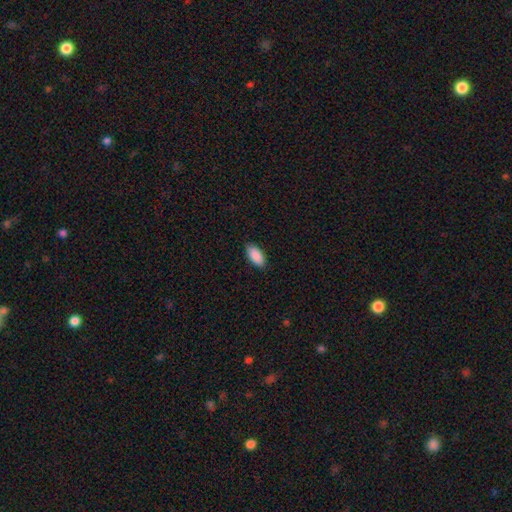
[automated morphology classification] Smooth or featured? Predicted: smooth (p=0.91). How rounded? Predicted: in between (p=0.92). Merging? Predicted: none (p=0.87).